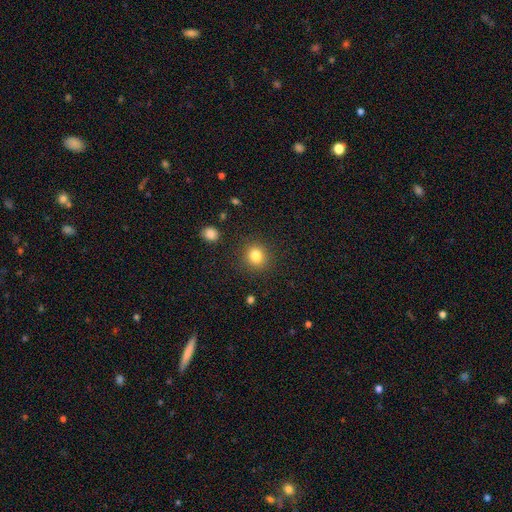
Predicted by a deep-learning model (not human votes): Smooth or featured? Predicted: smooth (p=0.82). How rounded? Predicted: round (p=0.86). Merging? Predicted: none (p=0.88).